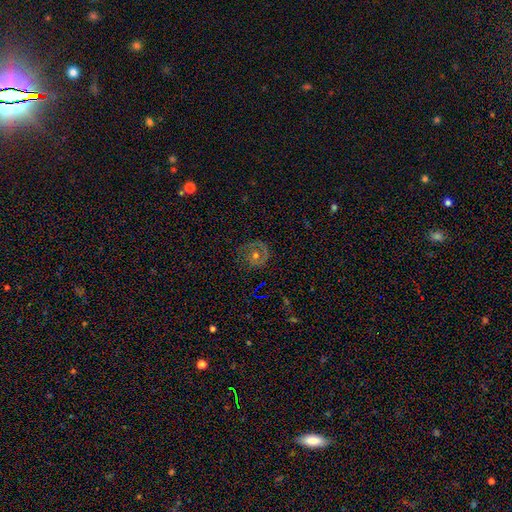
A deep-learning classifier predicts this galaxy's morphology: Smooth or featured? featured or disk (56%)
Edge-on disk? no (97%)
Bar? no (77%)
Spiral arms? yes (59%)
Bulge size? moderate (68%)
Merging? none (68%)